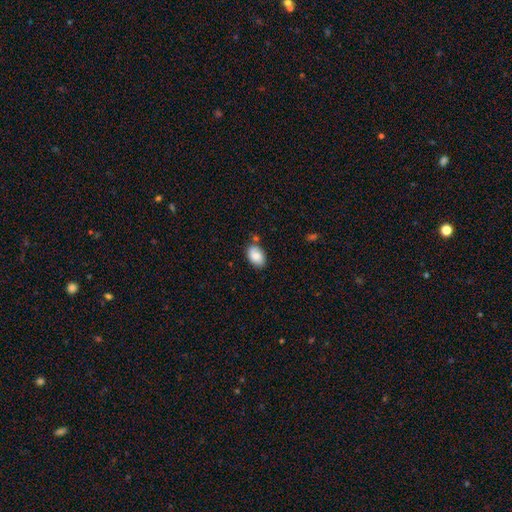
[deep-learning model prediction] Smooth or featured? Predicted: smooth (p=0.82). How rounded? Predicted: in between (p=0.87). Merging? Predicted: none (p=0.72).